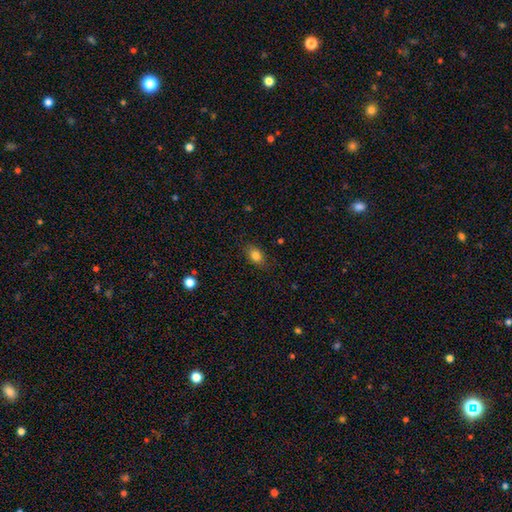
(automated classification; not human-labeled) This appears to be a smooth galaxy with no disk features (83%) that is in between round and cigar-shaped (79%). Merging: none (83%).